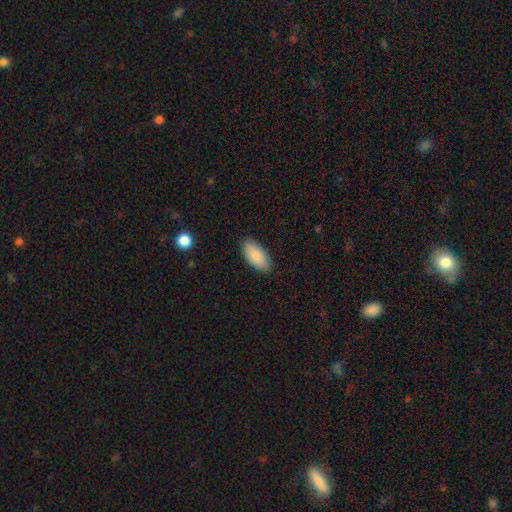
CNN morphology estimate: A smooth galaxy with no disk features (88%) that is in between round and cigar-shaped (91%).

Vote fractions:
- Smooth or featured? smooth: 88% / star or artifact: 6% / featured or disk: 6%
- How rounded? in between: 91% / cigar-shaped: 7% / round: 2%
- Merging? none: 87% / minor disturbance: 10% / major disturbance: 2% / merger: 1%